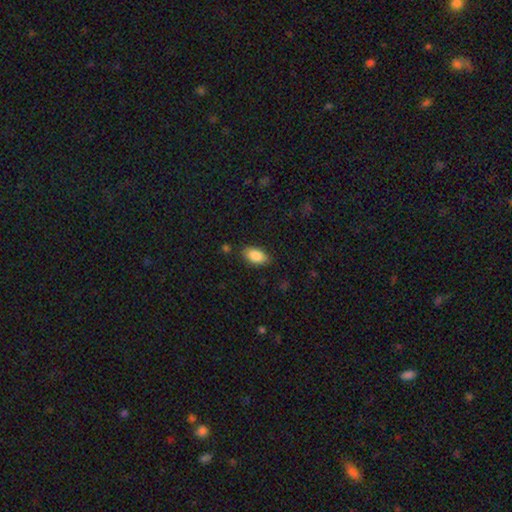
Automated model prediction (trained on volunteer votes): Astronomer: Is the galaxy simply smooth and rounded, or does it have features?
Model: smooth — 87%.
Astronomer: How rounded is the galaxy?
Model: in between — 93%.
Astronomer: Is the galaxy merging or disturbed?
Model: none — 84%.